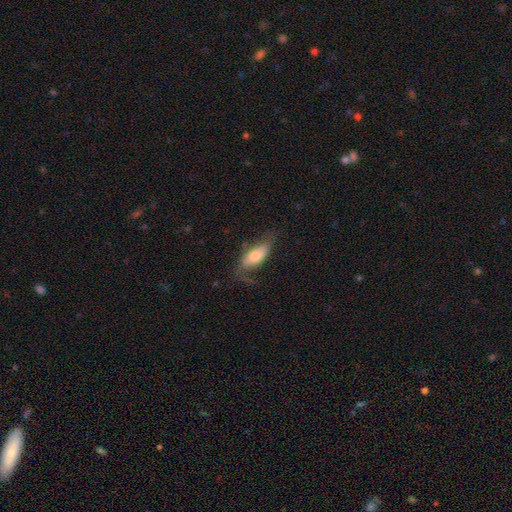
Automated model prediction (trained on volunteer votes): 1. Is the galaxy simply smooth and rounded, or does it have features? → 57% smooth, 36% featured or disk, 7% star or artifact.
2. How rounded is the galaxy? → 77% in between, 20% cigar-shaped, 3% round.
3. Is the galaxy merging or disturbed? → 55% none, 26% minor disturbance, 16% major disturbance, 2% merger.